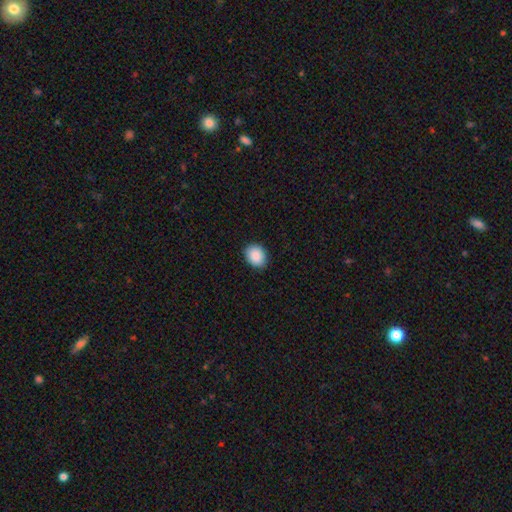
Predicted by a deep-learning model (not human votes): smooth 89%, star or artifact 7%, featured or disk 3%. Down the decision tree: how rounded — round (52%); merging — none (86%).